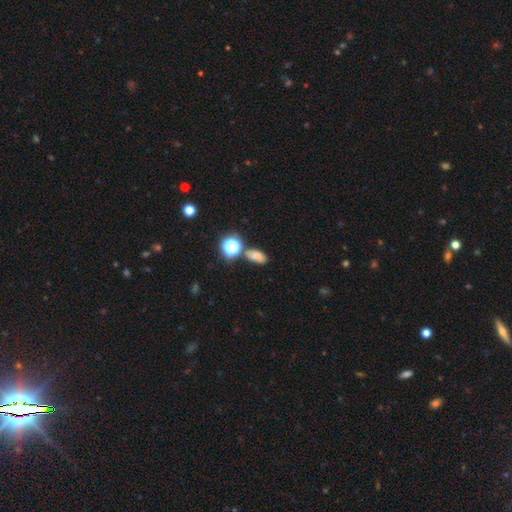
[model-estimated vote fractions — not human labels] Smooth or featured?
  - smooth: 71% *
  - star or artifact: 20%
  - featured or disk: 9%
How rounded?
  - in between: 81% *
  - round: 15%
  - cigar-shaped: 4%
Merging?
  - none: 67% *
  - minor disturbance: 15%
  - merger: 14%
  - major disturbance: 5%